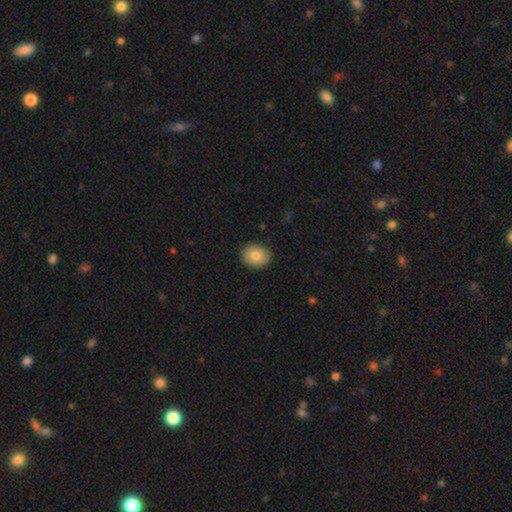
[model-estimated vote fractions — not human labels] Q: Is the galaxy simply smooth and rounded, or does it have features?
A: smooth — 84%.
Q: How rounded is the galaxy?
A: in between — 60%.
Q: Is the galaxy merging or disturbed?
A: none — 89%.